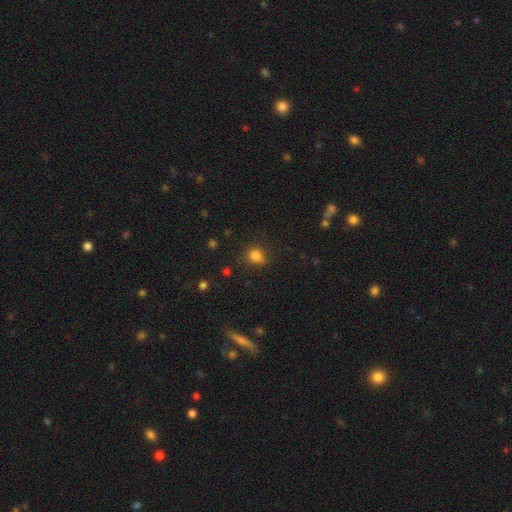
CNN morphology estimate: smooth_or_featured: smooth (p=0.81) [alt: star or artifact p=0.14]
how_rounded: round (p=0.80) [alt: in between p=0.19]
merging: none (p=0.76) [alt: minor disturbance p=0.16]